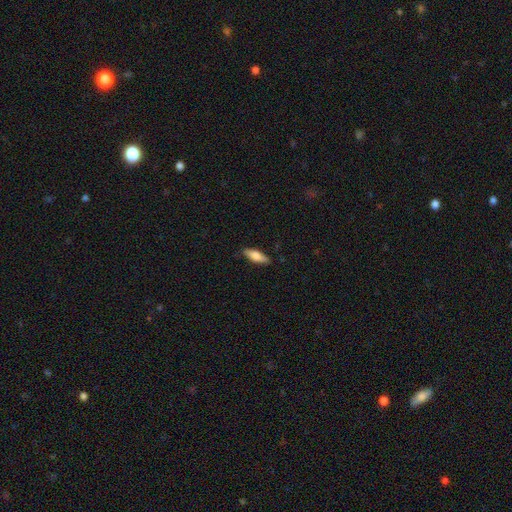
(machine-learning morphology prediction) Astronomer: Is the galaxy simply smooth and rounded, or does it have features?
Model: smooth — 72%.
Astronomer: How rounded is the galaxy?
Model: in between — 57% (runner-up: cigar-shaped, 40%).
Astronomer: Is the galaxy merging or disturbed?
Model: none — 85%.